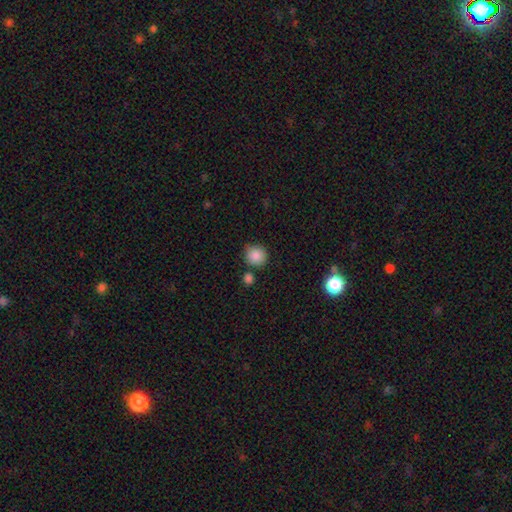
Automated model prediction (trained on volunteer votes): Smooth or featured?
  - smooth: 87% *
  - star or artifact: 9%
  - featured or disk: 4%
How rounded?
  - round: 91% *
  - in between: 8%
  - cigar-shaped: 1%
Merging?
  - none: 77% *
  - minor disturbance: 12%
  - merger: 8%
  - major disturbance: 3%